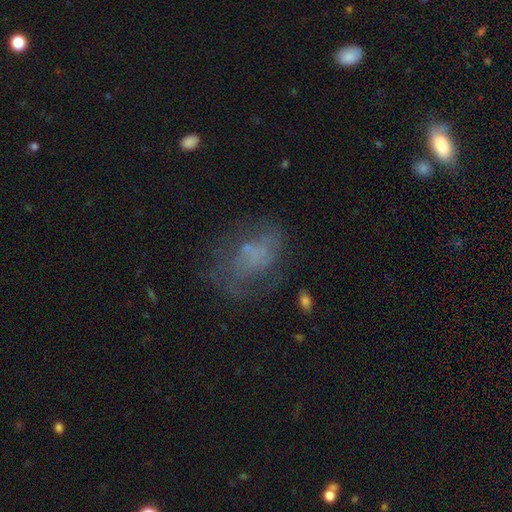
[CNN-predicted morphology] Smooth or featured? Predicted: featured or disk (p=0.42). Merging? Predicted: none (p=0.46).